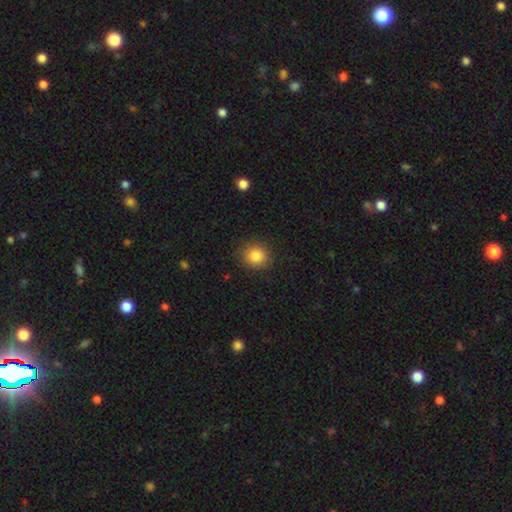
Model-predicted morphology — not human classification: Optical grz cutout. It shows a smooth galaxy with no disk features (85%) that is round (87%). Merging: none (87%).